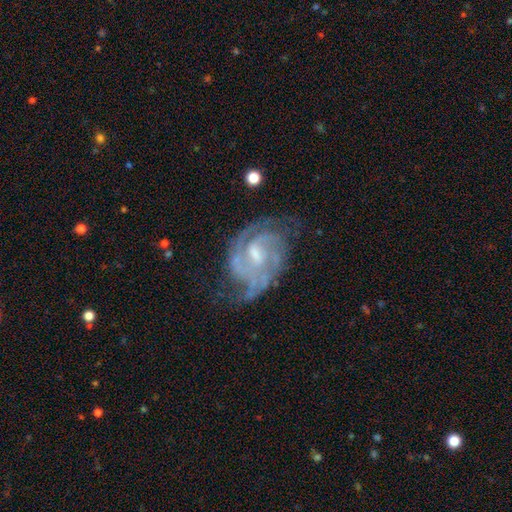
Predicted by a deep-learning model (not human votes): A featured or disk galaxy (90%) with a weak bar (54%), 2 (53%) tight (47%) spiral arms (97%) and a small central bulge (44%). Merging: none (61%).